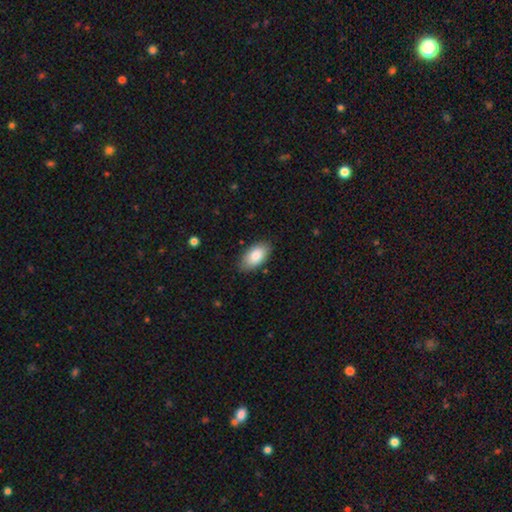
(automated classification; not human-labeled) Smooth or featured? Predicted: smooth (p=0.84). How rounded? Predicted: in between (p=0.94). Merging? Predicted: none (p=0.83).